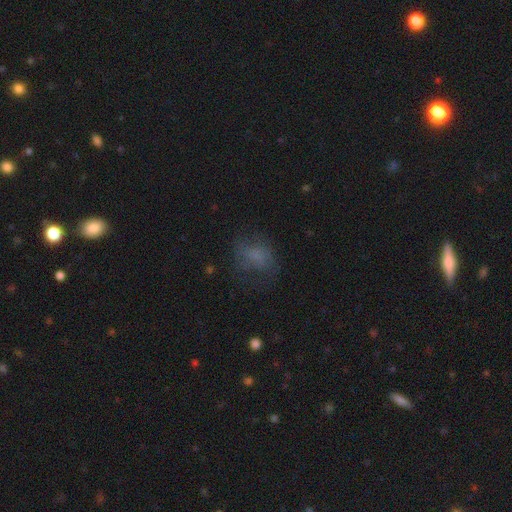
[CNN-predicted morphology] The model was most divided on "how rounded": in between: 59%, round: 40%, cigar-shaped: 2%. More confident: smooth or featured — smooth (60%); merging — none (54%).